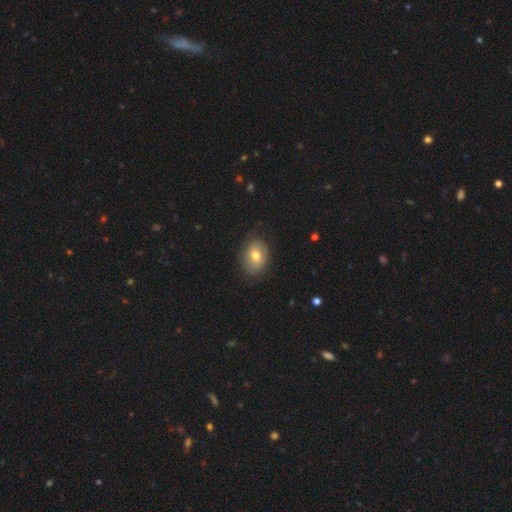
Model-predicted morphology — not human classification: Smooth or featured? Predicted: smooth (p=0.73). How rounded? Predicted: in between (p=0.62). Merging? Predicted: none (p=0.78).